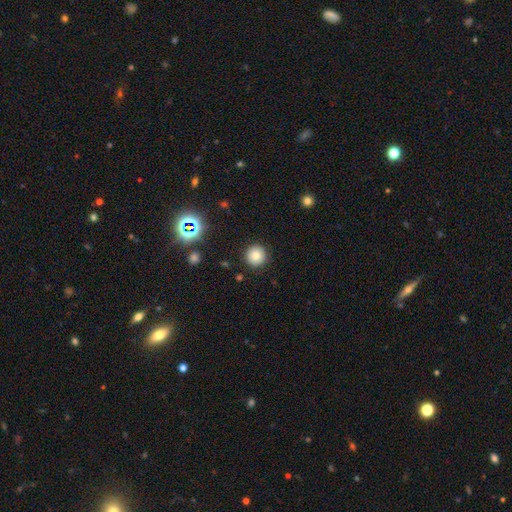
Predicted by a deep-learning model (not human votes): Smooth or featured?
  - smooth: 79% *
  - star or artifact: 13%
  - featured or disk: 8%
How rounded?
  - round: 95% *
  - in between: 4%
  - cigar-shaped: 1%
Merging?
  - none: 90% *
  - minor disturbance: 6%
  - major disturbance: 2%
  - merger: 1%